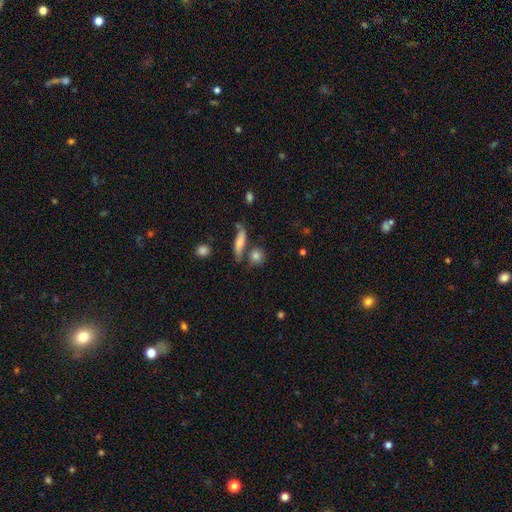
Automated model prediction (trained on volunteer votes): The model was most divided on "merging": none: 64%, merger: 18%, minor disturbance: 13%, major disturbance: 5%. More confident: smooth or featured — smooth (79%); how rounded — round (72%).